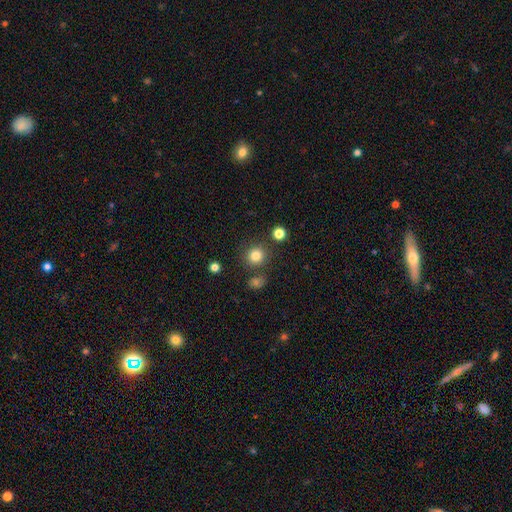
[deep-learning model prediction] The model was most divided on "smooth or featured": smooth: 81%, star or artifact: 13%, featured or disk: 6%. More confident: how rounded — round (90%); merging — none (82%).